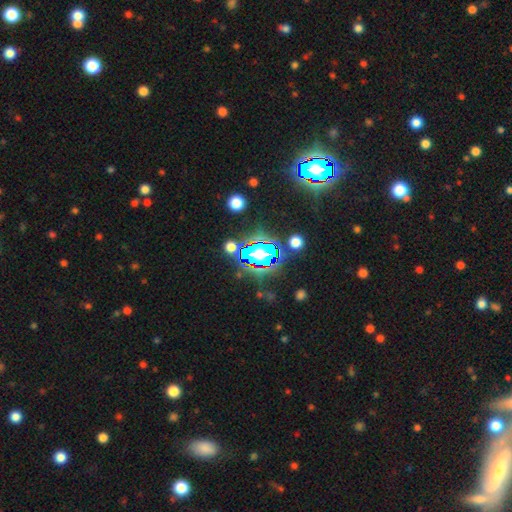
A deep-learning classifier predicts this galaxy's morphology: This is possibly a star or artifact rather than a galaxy (59%).